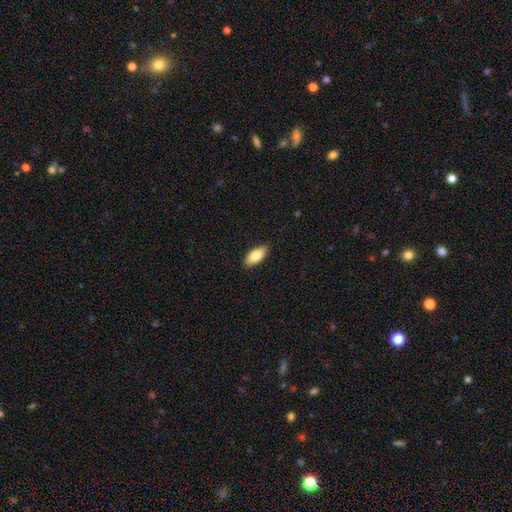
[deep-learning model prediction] Smooth or featured? Predicted: smooth (p=0.82). How rounded? Predicted: in between (p=0.87). Merging? Predicted: none (p=0.87).